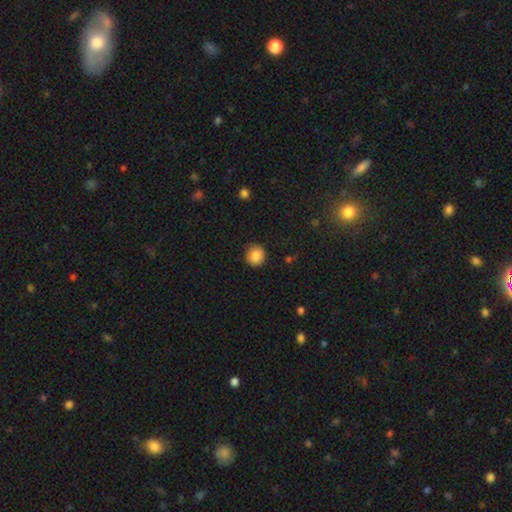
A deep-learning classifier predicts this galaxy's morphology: A smooth galaxy with no disk features (86%) that is round (89%).

Vote fractions:
- Smooth or featured? smooth: 86% / star or artifact: 9% / featured or disk: 5%
- How rounded? round: 89% / in between: 10% / cigar-shaped: 1%
- Merging? none: 89% / minor disturbance: 8% / major disturbance: 2% / merger: 1%